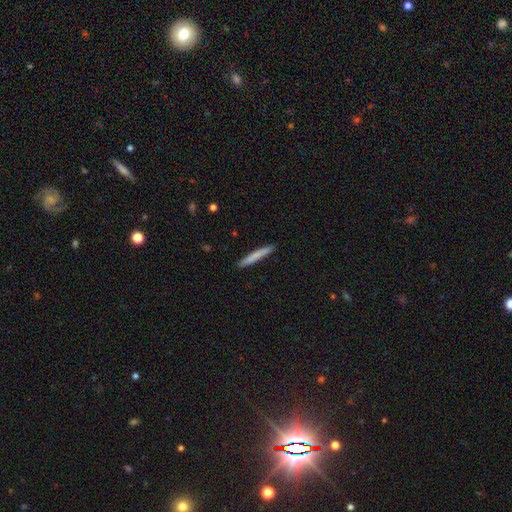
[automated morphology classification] Q: Smooth or featured?
A: smooth (76%); runner-up: featured or disk (18%)
Q: How rounded?
A: cigar-shaped (96%); runner-up: in between (3%)
Q: Merging?
A: none (91%); runner-up: minor disturbance (6%)